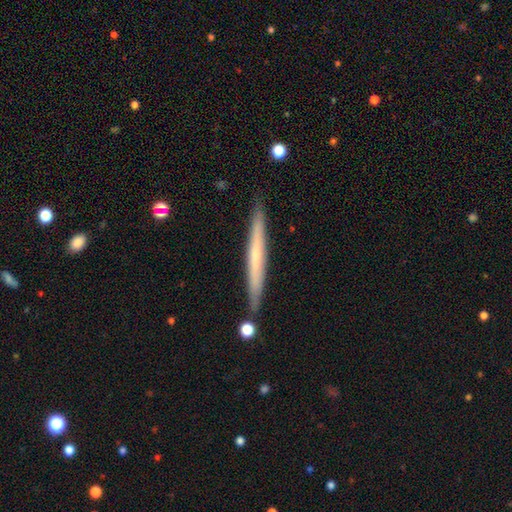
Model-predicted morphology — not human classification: Smooth or featured? Predicted: featured or disk (p=0.48). Merging? Predicted: none (p=0.88).